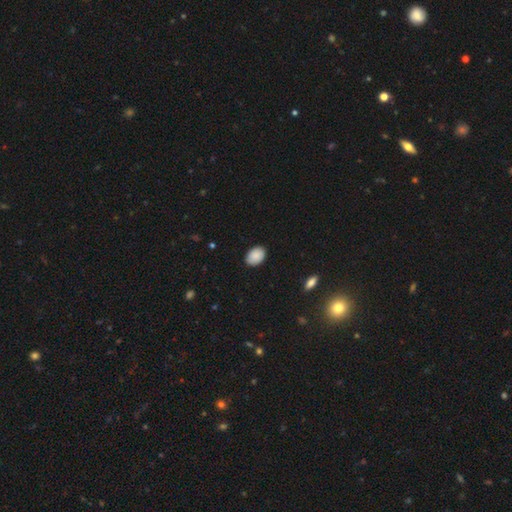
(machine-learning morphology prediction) smooth-or-featured: smooth: 90% | star or artifact: 7% | featured or disk: 4%
  how-rounded: in between: 82% | round: 17% | cigar-shaped: 1%
  merging: none: 87% | minor disturbance: 10% | major disturbance: 2% | merger: 1%